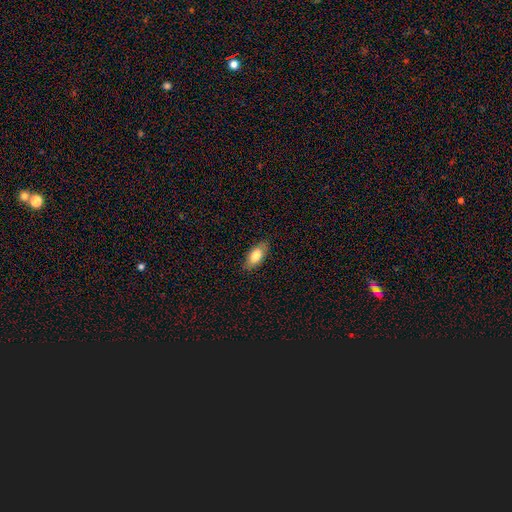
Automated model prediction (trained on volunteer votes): Smooth or featured?
  - smooth: 77% *
  - featured or disk: 17%
  - star or artifact: 6%
How rounded?
  - in between: 88% *
  - cigar-shaped: 9%
  - round: 3%
Merging?
  - none: 86% *
  - minor disturbance: 11%
  - major disturbance: 2%
  - merger: 1%